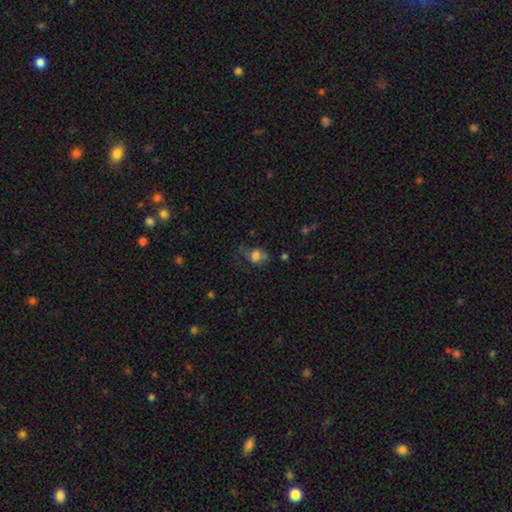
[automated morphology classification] smooth-or-featured: smooth: 67% | featured or disk: 18% | star or artifact: 15%
  how-rounded: in between: 51% | round: 47% | cigar-shaped: 2%
  merging: none: 35% | major disturbance: 32% | minor disturbance: 26% | merger: 7%